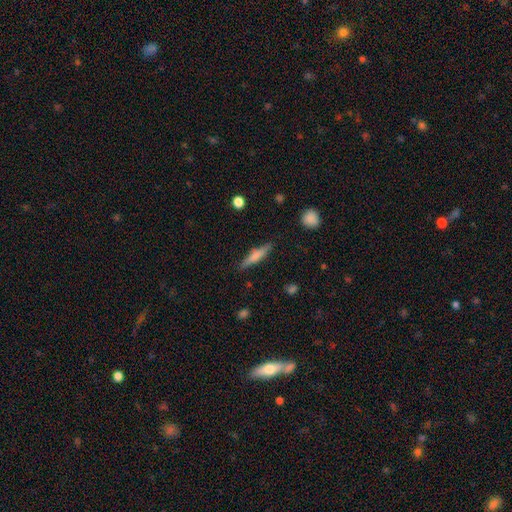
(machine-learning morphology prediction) Smooth or featured: smooth — 60% (featured or disk — 33%)
How rounded: cigar-shaped — 83% (in between — 15%)
Merging: none — 85% (minor disturbance — 11%)